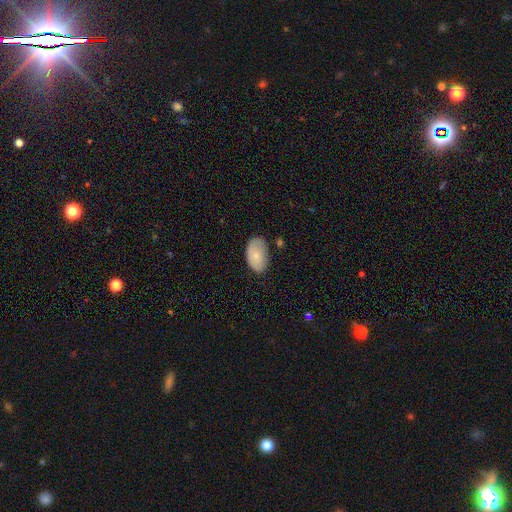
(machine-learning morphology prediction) smooth-or-featured: smooth: 76% | featured or disk: 18% | star or artifact: 6%
  how-rounded: in between: 92% | round: 7% | cigar-shaped: 1%
  merging: none: 67% | minor disturbance: 25% | major disturbance: 6% | merger: 3%